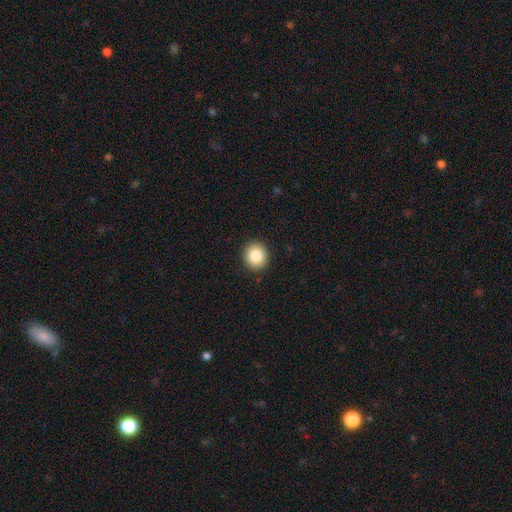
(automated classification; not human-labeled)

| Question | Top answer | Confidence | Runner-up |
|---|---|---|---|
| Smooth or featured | smooth | 84% | star or artifact (9%) |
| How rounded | round | 82% | in between (17%) |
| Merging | none | 91% | minor disturbance (6%) |